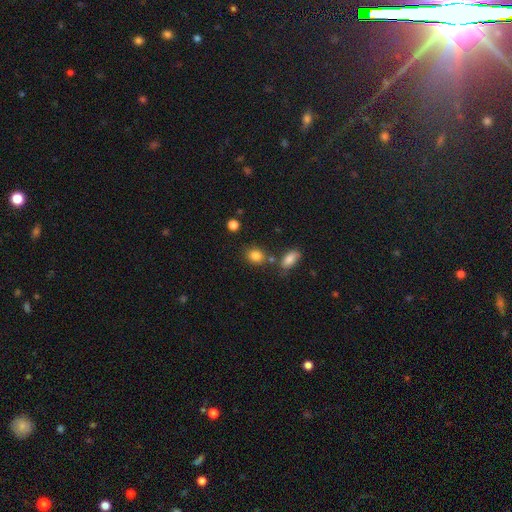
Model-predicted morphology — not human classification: Smooth or featured? Predicted: smooth (p=0.84). How rounded? Predicted: in between (p=0.50). Merging? Predicted: none (p=0.71).